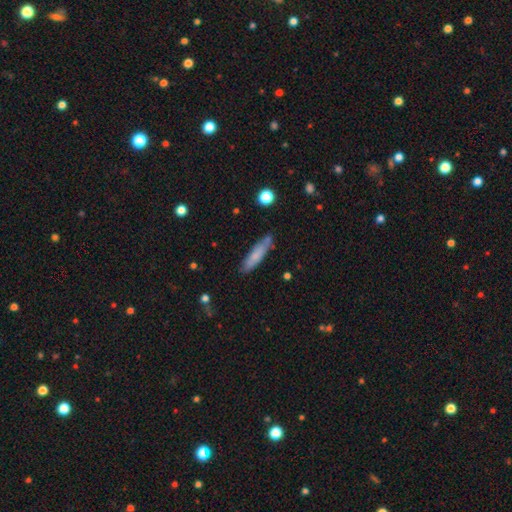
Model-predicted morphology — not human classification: The model was most divided on "smooth or featured": smooth: 74%, featured or disk: 19%, star or artifact: 6%. More confident: how rounded — cigar-shaped (79%); merging — none (76%).